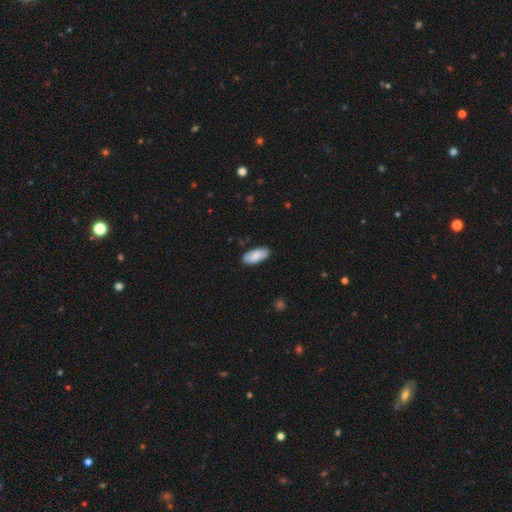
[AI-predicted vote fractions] smooth_or_featured: smooth (p=0.82) [alt: featured or disk p=0.12]
how_rounded: in between (p=0.89) [alt: cigar-shaped p=0.09]
merging: none (p=0.86) [alt: minor disturbance p=0.11]